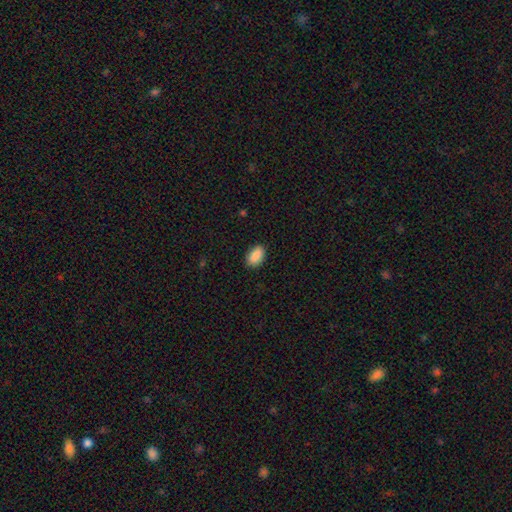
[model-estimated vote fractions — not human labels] This is clearly a smooth galaxy (89%). How rounded: clearly in between (92%). Merging: clearly none (87%).